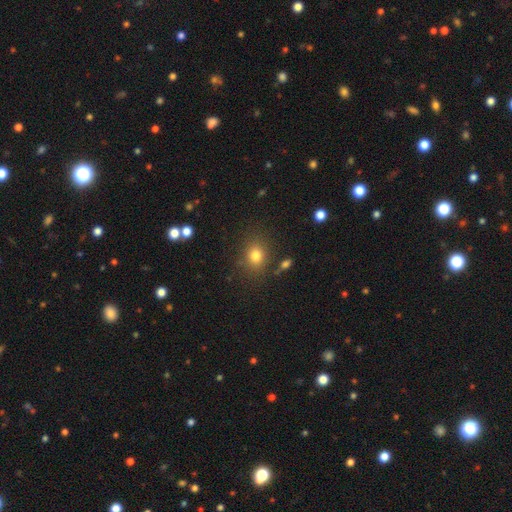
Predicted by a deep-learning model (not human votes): Smooth or featured? Predicted: smooth (p=0.79). How rounded? Predicted: round (p=0.58). Merging? Predicted: none (p=0.81).